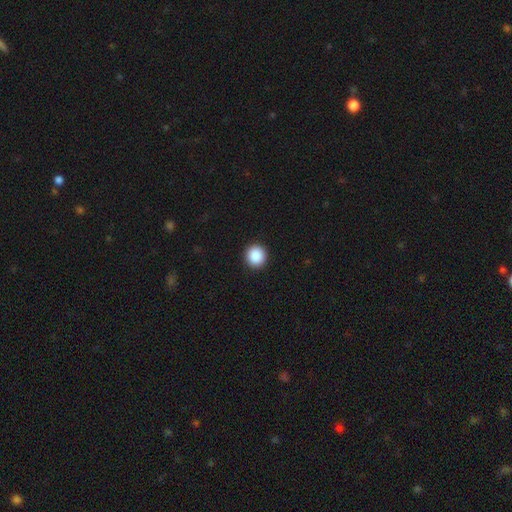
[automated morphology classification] Smooth or featured? Predicted: smooth (p=0.89). How rounded? Predicted: round (p=0.95). Merging? Predicted: none (p=0.93).